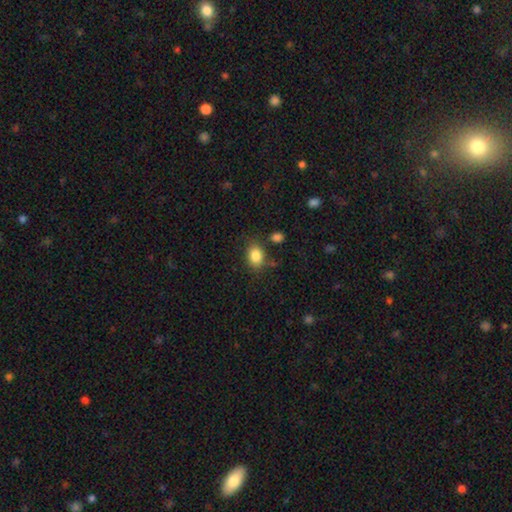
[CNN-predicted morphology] This is clearly a smooth galaxy (84%). How rounded: likely in between (65%). Merging: likely none (75%).